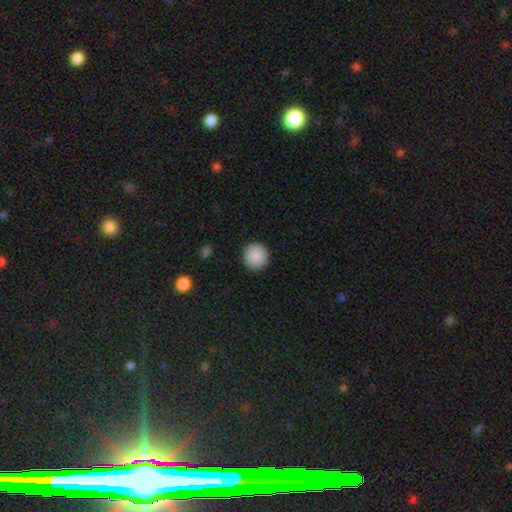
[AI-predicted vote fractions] Smooth or featured?
  - smooth: 90% *
  - star or artifact: 7%
  - featured or disk: 3%
How rounded?
  - round: 94% *
  - in between: 5%
  - cigar-shaped: 1%
Merging?
  - none: 91% *
  - minor disturbance: 6%
  - major disturbance: 2%
  - merger: 1%